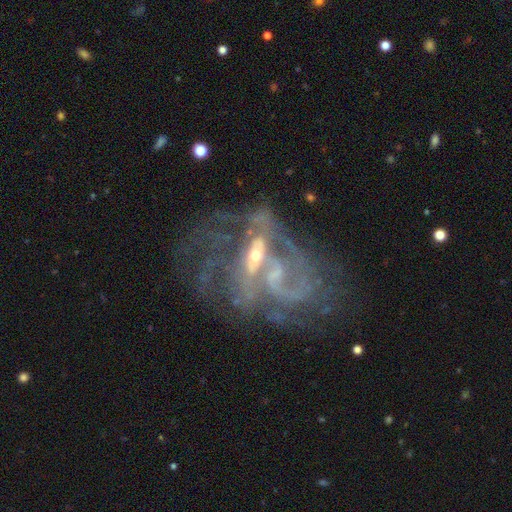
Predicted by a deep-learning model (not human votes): The model was most divided on "merging": merger: 32%, major disturbance: 28%, none: 27%, minor disturbance: 14%. Remaining: edge-on disk — no (96%); smooth or featured — featured or disk (83%); spiral arms — yes (81%); bulge size — small (63%); bar — no (46%); spiral winding — medium (43%); spiral arm count — 2 (36%).